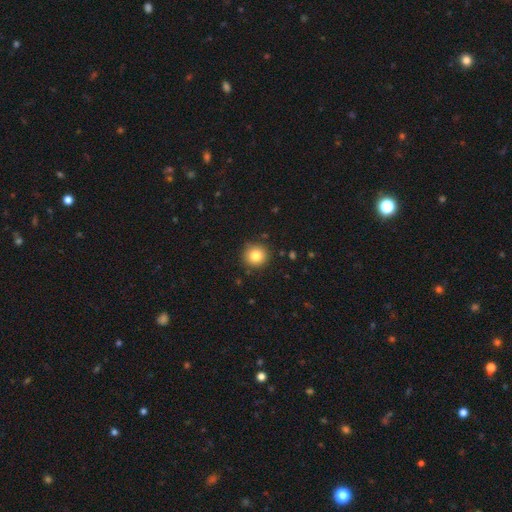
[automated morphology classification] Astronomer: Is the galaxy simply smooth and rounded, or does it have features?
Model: smooth — 82%.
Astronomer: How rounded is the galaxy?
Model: round — 93%.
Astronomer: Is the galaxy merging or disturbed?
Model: none — 90%.